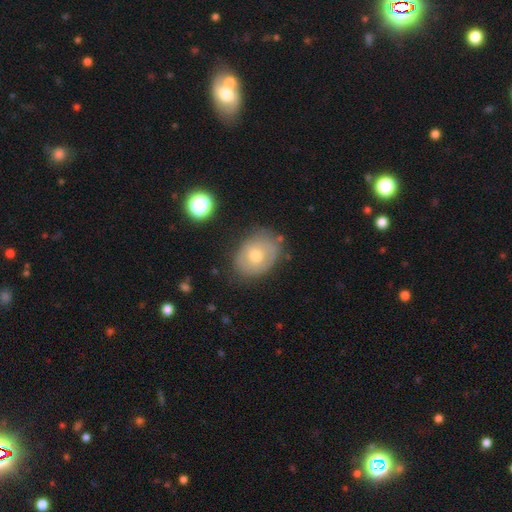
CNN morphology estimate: The model was most divided on "smooth or featured": smooth: 55%, featured or disk: 36%, star or artifact: 9%. More confident: merging — none (70%); how rounded — in between (65%).